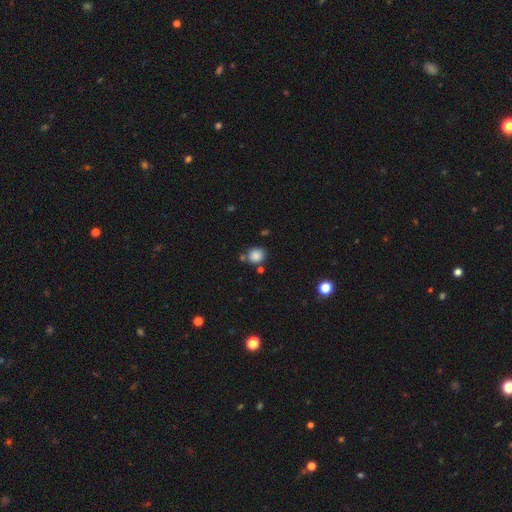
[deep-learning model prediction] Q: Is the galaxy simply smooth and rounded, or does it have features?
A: smooth — 85%.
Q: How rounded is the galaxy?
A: round — 81%.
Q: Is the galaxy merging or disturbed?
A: none — 74%.